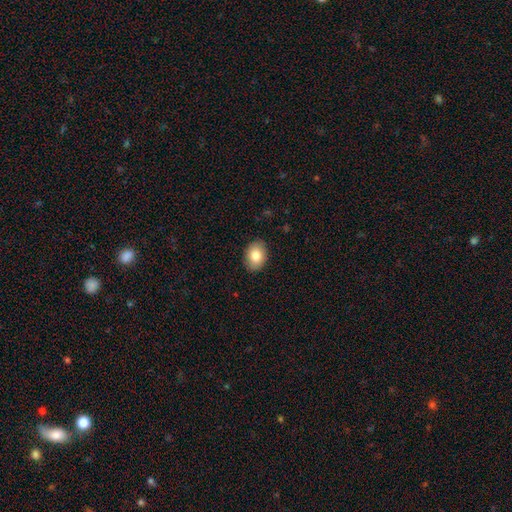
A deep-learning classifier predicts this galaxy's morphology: Smooth or featured? Predicted: smooth (p=0.82). How rounded? Predicted: in between (p=0.73). Merging? Predicted: none (p=0.89).